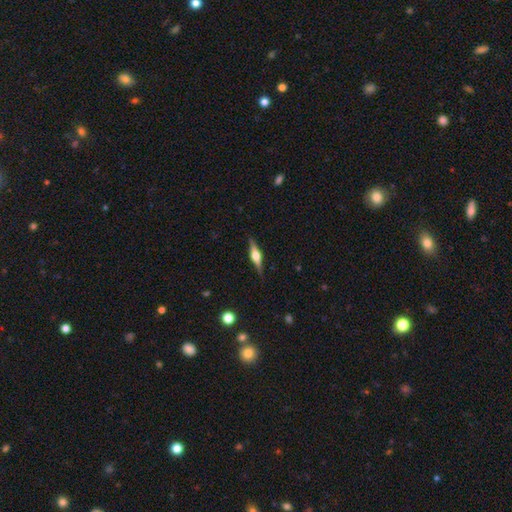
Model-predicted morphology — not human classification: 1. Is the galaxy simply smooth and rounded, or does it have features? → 73% featured or disk, 21% smooth, 6% star or artifact.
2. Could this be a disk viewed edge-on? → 97% yes, 3% no.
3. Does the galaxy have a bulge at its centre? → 92% rounded, 6% boxy, 2% none.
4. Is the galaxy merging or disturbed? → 89% none, 8% minor disturbance, 2% major disturbance, 1% merger.